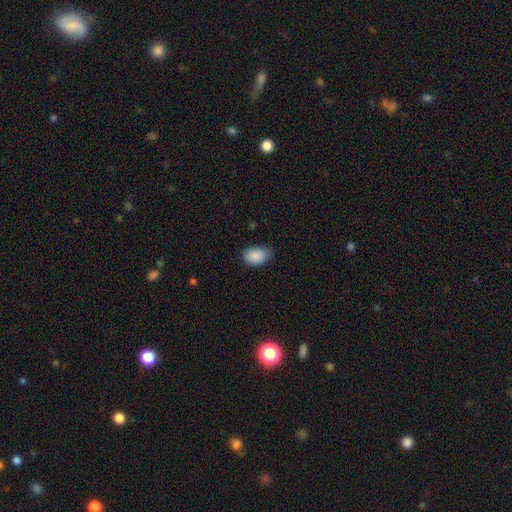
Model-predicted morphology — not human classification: smooth 88%, star or artifact 7%, featured or disk 4%. Down the decision tree: how rounded — in between (87%); merging — none (65%).